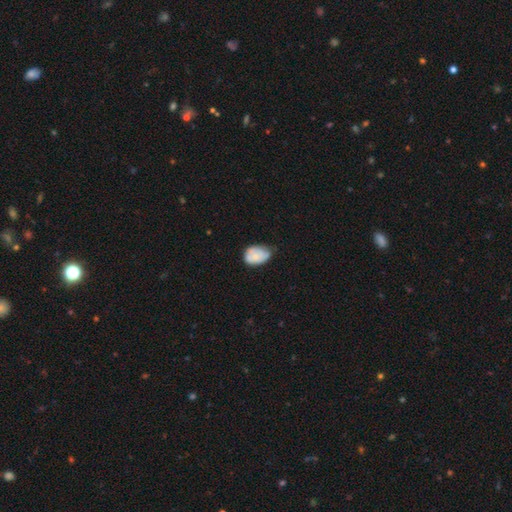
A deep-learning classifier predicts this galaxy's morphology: Smooth or featured: smooth — 66% (featured or disk — 27%)
How rounded: in between — 78% (round — 21%)
Merging: none — 46% (minor disturbance — 42%)